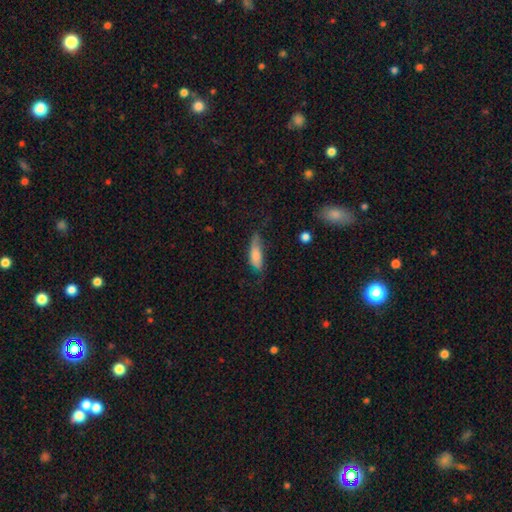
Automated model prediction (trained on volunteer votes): A smooth galaxy with no disk features (69%) that is in between round and cigar-shaped (60%).

Vote fractions:
- Smooth or featured? smooth: 69% / featured or disk: 23% / star or artifact: 8%
- How rounded? in between: 60% / cigar-shaped: 37% / round: 3%
- Merging? none: 44% / minor disturbance: 35% / major disturbance: 19% / merger: 2%